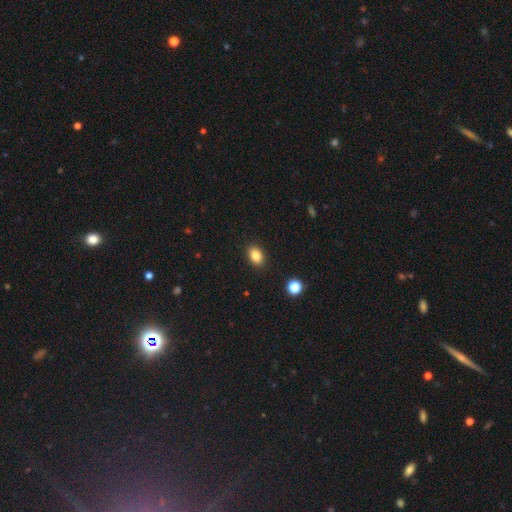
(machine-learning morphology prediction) Smooth or featured: smooth — 85% (star or artifact — 10%)
How rounded: in between — 79% (round — 20%)
Merging: none — 89% (minor disturbance — 8%)